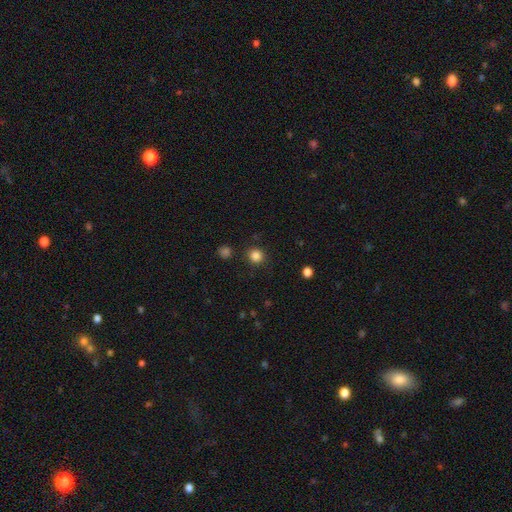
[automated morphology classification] Smooth or featured: smooth — 84% (star or artifact — 12%)
How rounded: round — 92% (in between — 7%)
Merging: none — 89% (minor disturbance — 6%)